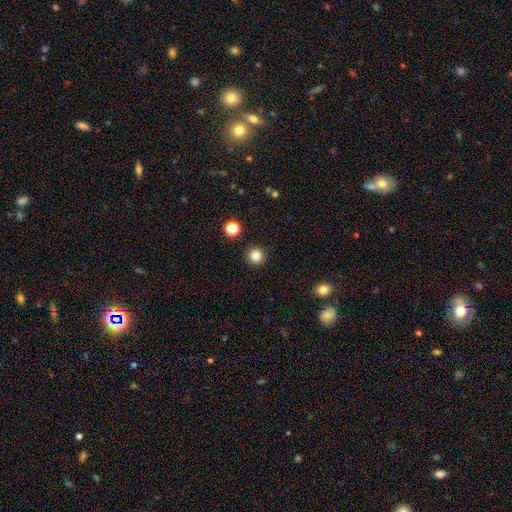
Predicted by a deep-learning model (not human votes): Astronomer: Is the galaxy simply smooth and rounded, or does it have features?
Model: smooth — 85%.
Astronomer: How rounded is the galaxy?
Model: round — 96%.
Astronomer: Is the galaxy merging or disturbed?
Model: none — 92%.